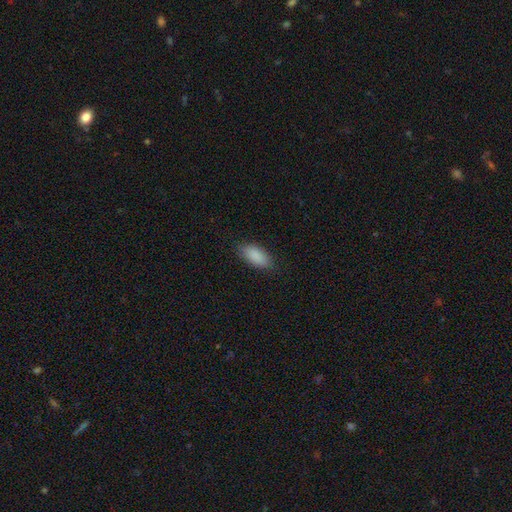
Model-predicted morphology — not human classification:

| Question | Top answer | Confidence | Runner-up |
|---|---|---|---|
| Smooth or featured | smooth | 89% | star or artifact (6%) |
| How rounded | in between | 88% | cigar-shaped (10%) |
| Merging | none | 85% | minor disturbance (12%) |